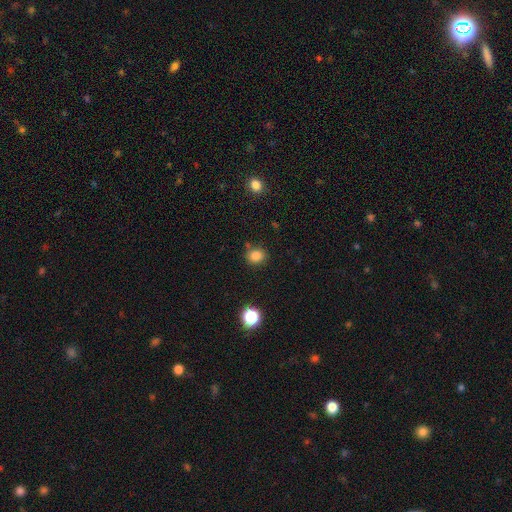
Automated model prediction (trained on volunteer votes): smooth 83%, star or artifact 13%, featured or disk 5%. Down the decision tree: how rounded — round (71%); merging — none (78%).